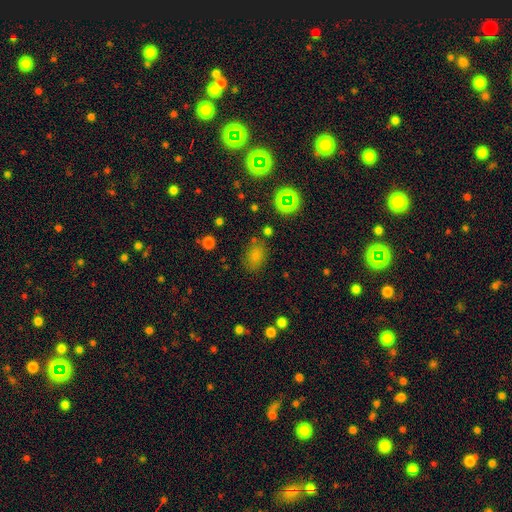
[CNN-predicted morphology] Smooth or featured: smooth — 74% (star or artifact — 19%)
How rounded: in between — 74% (round — 24%)
Merging: none — 76% (minor disturbance — 15%)